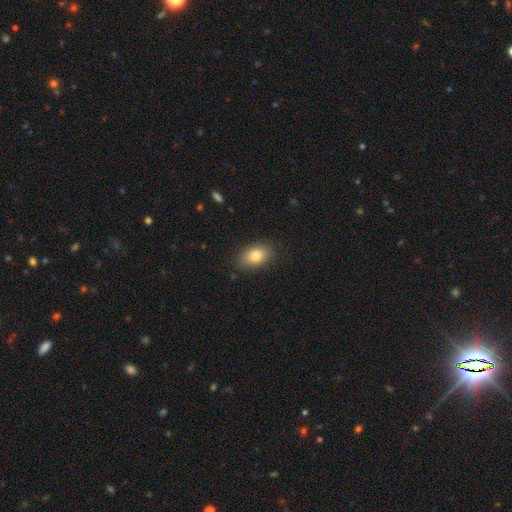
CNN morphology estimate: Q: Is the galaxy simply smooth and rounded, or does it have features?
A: smooth — 81%.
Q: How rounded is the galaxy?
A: in between — 86%.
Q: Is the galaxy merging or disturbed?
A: none — 84%.